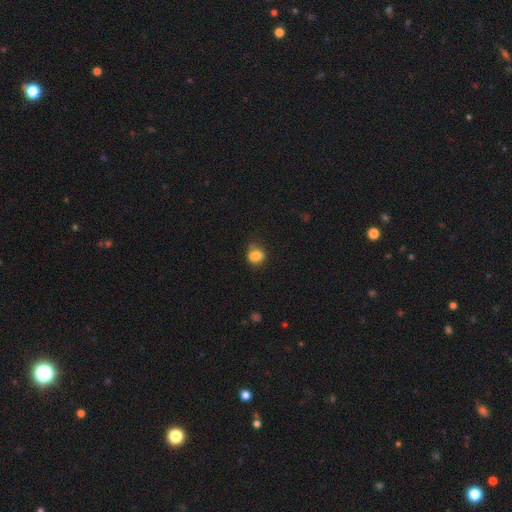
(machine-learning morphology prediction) A smooth galaxy with no disk features (78%) that is in between round and cigar-shaped (56%).

Vote fractions:
- Smooth or featured? smooth: 78% / featured or disk: 11% / star or artifact: 11%
- How rounded? in between: 56% / round: 42% / cigar-shaped: 3%
- Merging? none: 51% / minor disturbance: 27% / merger: 12% / major disturbance: 10%